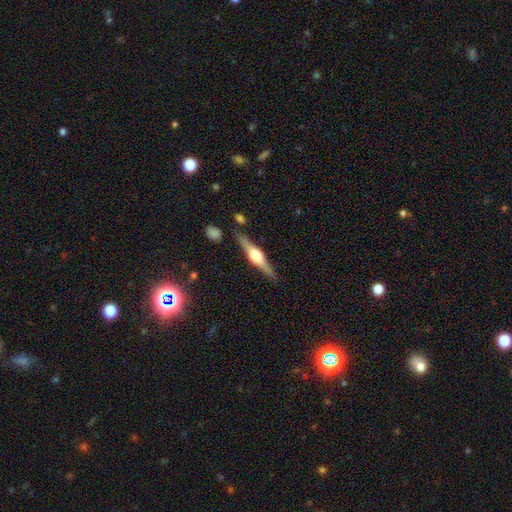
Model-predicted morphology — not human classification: This appears to be a featured or disk galaxy (75%) viewed edge-on (97%) with a rounded central bulge (91%). Merging: none (86%).